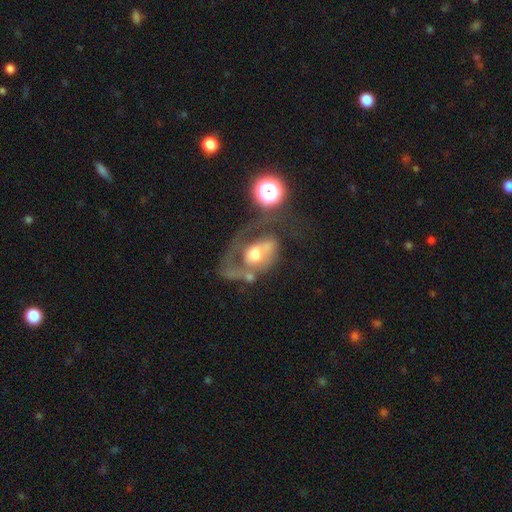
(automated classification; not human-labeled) This appears to be a featured or disk galaxy (63%) with no bar (73%), spiral arms (62%) and a moderate central bulge (61%). Merging: major disturbance (46%).